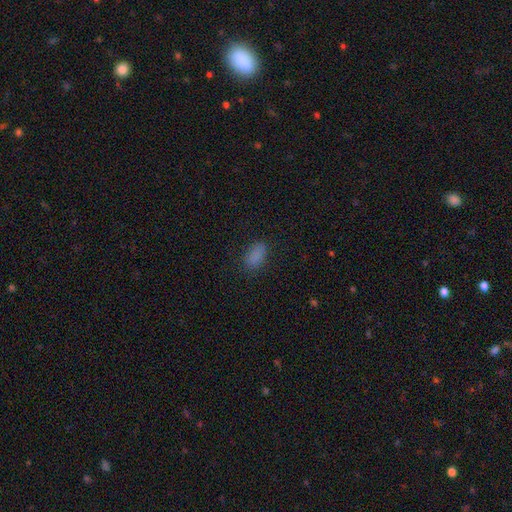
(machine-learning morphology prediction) Smooth or featured?
  - smooth: 84% *
  - star or artifact: 12%
  - featured or disk: 4%
How rounded?
  - in between: 91% *
  - round: 5%
  - cigar-shaped: 4%
Merging?
  - none: 81% *
  - minor disturbance: 14%
  - major disturbance: 4%
  - merger: 1%